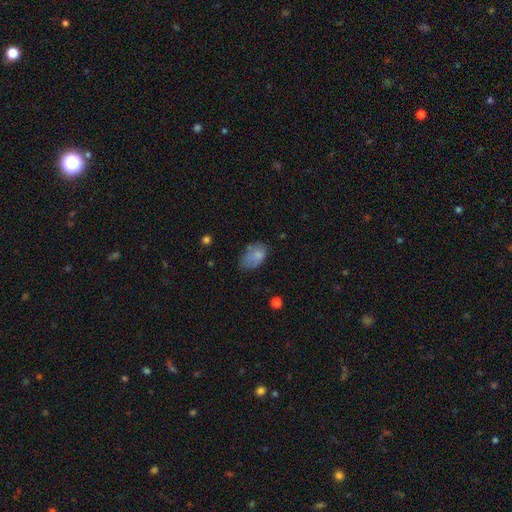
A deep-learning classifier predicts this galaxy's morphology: This appears to be a smooth galaxy with no disk features (75%) that is in between round and cigar-shaped (89%). Merging: none (51%).